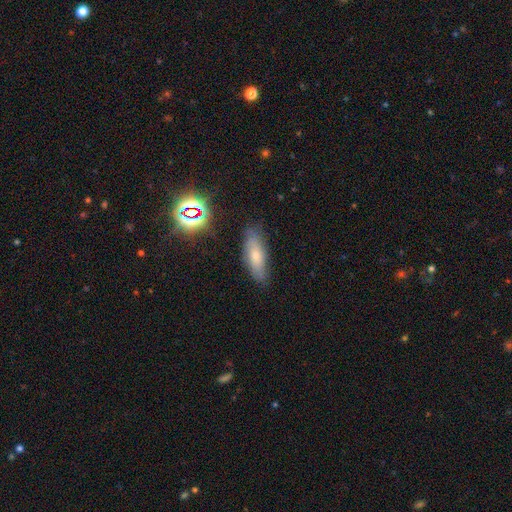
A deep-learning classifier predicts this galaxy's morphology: The model was most divided on "how rounded": in between: 58%, cigar-shaped: 39%, round: 3%. More confident: merging — none (80%); smooth or featured — smooth (65%).